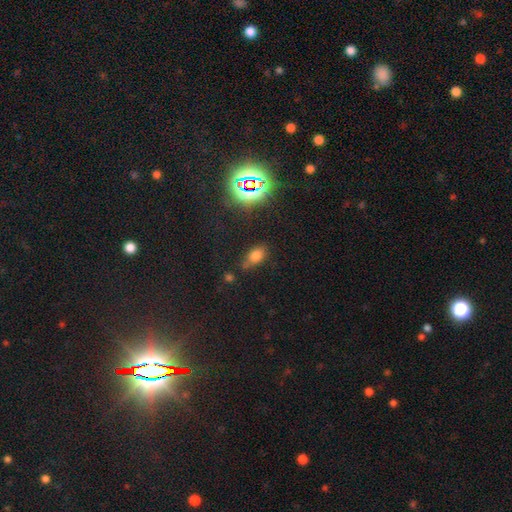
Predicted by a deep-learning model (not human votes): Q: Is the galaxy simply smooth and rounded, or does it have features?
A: smooth — 69%.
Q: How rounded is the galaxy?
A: in between — 82%.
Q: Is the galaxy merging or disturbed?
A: none — 63%.